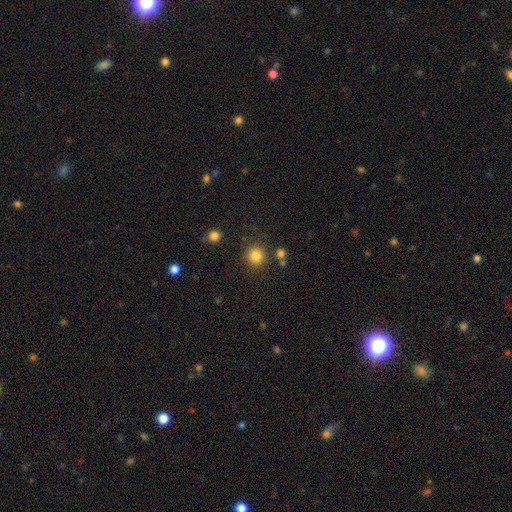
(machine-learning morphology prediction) A smooth galaxy with no disk features (84%) that is round (91%). Merging: none (85%).